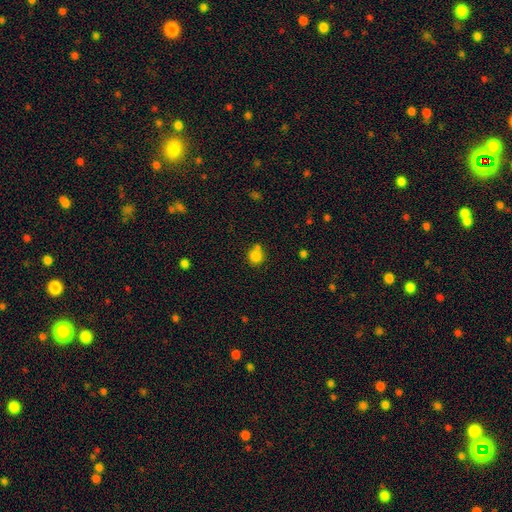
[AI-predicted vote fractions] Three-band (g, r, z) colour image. It shows a smooth galaxy with no disk features (82%) that is round (85%). Merging: none (60%).